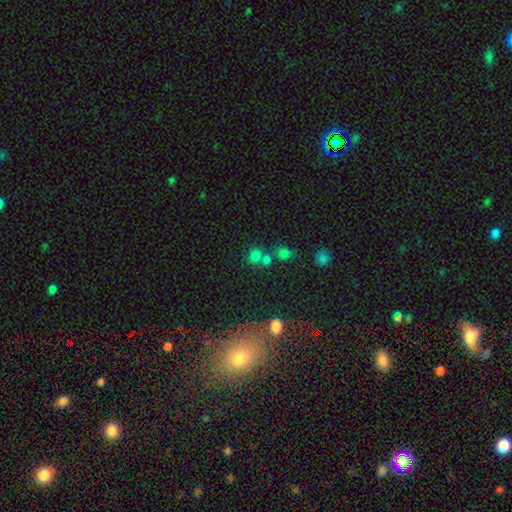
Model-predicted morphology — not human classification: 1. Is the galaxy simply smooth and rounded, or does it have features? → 67% smooth, 25% star or artifact, 9% featured or disk.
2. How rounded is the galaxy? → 62% round, 36% in between, 1% cigar-shaped.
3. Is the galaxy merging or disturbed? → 46% none, 38% merger, 10% minor disturbance, 6% major disturbance.